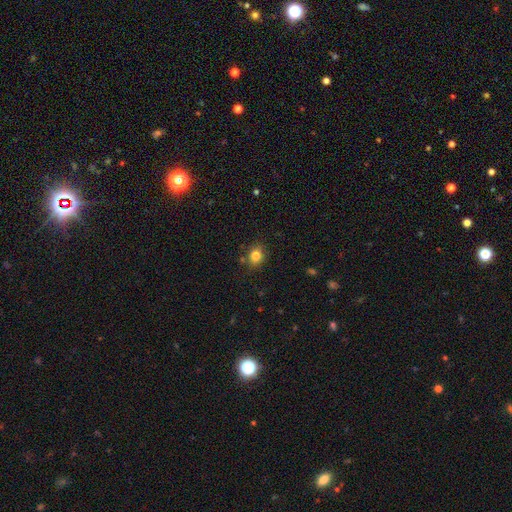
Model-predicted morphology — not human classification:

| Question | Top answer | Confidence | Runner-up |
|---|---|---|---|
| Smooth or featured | smooth | 82% | star or artifact (12%) |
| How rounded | round | 60% | in between (39%) |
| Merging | none | 83% | minor disturbance (11%) |